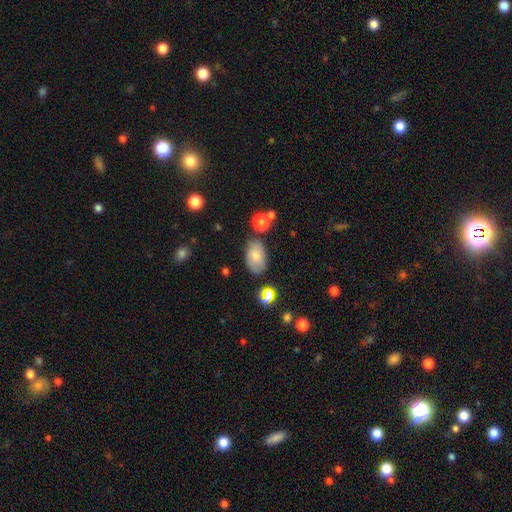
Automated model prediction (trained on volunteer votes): Q: Smooth or featured?
A: smooth (74%); runner-up: featured or disk (17%)
Q: How rounded?
A: in between (89%); runner-up: round (9%)
Q: Merging?
A: none (72%); runner-up: minor disturbance (19%)